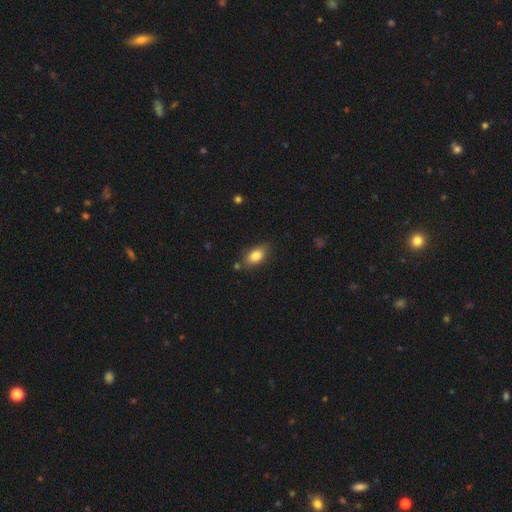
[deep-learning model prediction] Smooth or featured: smooth — 83% (featured or disk — 9%)
How rounded: in between — 88% (round — 8%)
Merging: none — 77% (minor disturbance — 16%)